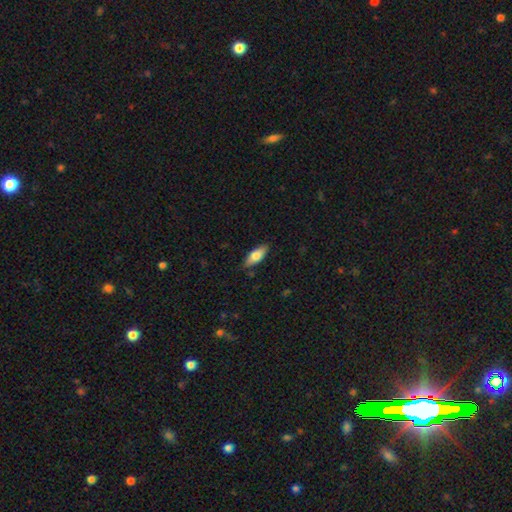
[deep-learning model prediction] A smooth galaxy with no disk features (74%) that is in between round and cigar-shaped (77%). Merging: none (85%).